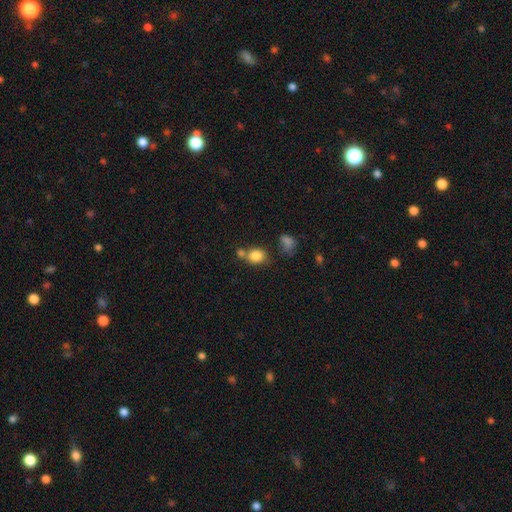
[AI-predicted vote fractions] Morphology: type=smooth (83%); roundness=round (56%); merging=none (54%).